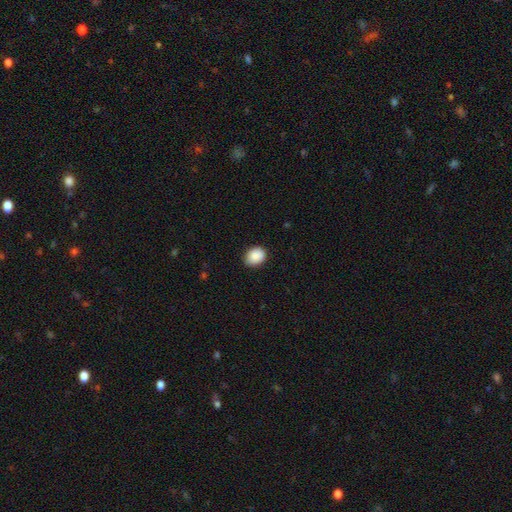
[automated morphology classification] smooth-or-featured: smooth: 89% | star or artifact: 7% | featured or disk: 3%
  how-rounded: in between: 52% | round: 47% | cigar-shaped: 1%
  merging: none: 84% | minor disturbance: 13% | major disturbance: 2% | merger: 1%